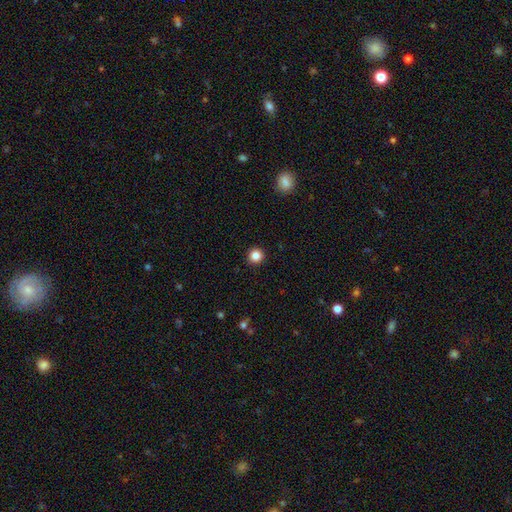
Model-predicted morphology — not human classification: type=smooth (85%); roundness=round (95%); merging=none (93%).